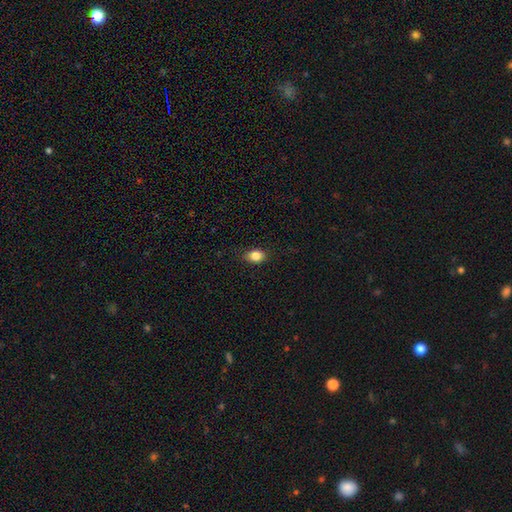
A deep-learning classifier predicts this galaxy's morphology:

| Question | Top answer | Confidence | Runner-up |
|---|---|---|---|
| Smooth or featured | smooth | 85% | star or artifact (10%) |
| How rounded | in between | 67% | round (32%) |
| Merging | none | 85% | minor disturbance (12%) |